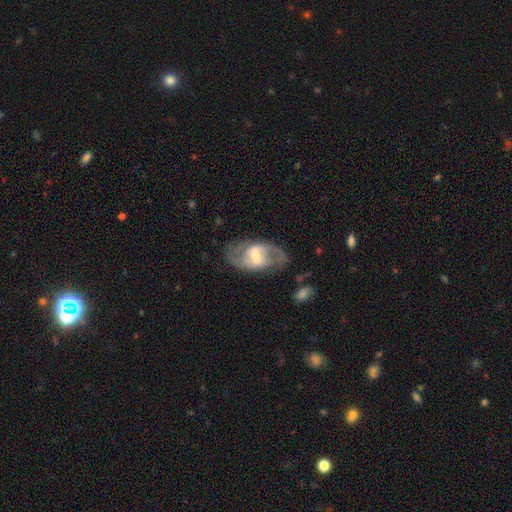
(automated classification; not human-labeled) A featured or disk galaxy (82%) with a weak bar (45%, tied with strong), 2 (88%) medium (54%) spiral arms (88%) and a moderate central bulge (46%). Merging: none (75%).